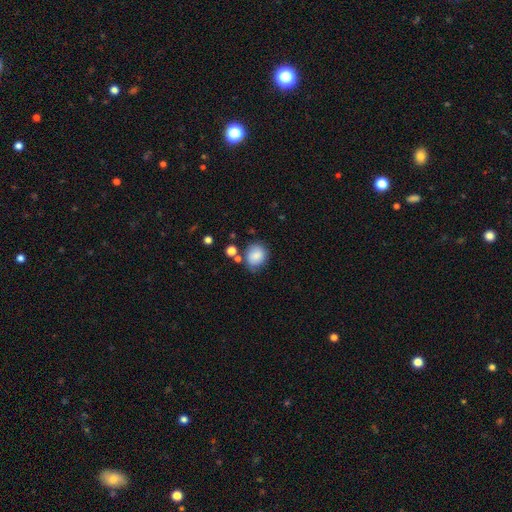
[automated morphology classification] Smooth or featured? smooth (81%)
How rounded? round (70%)
Merging? none (67%)